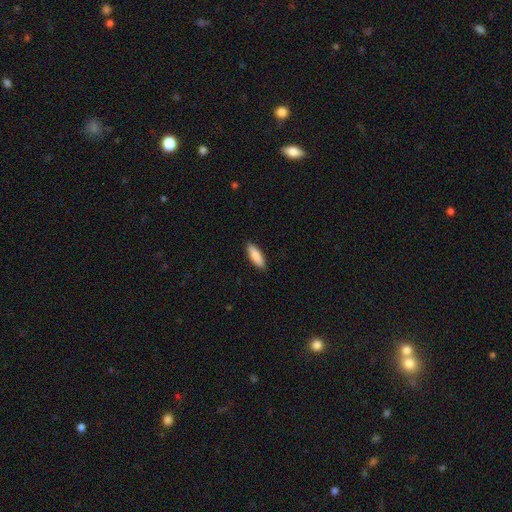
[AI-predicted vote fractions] This is clearly a smooth galaxy (86%). How rounded: possibly in between (55%). Merging: clearly none (90%).